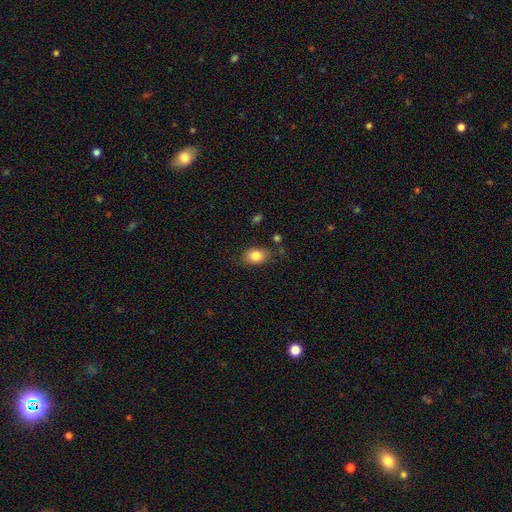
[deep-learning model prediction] Overall: smooth (84%). How rounded: in between (79%). Merging: none (78%).